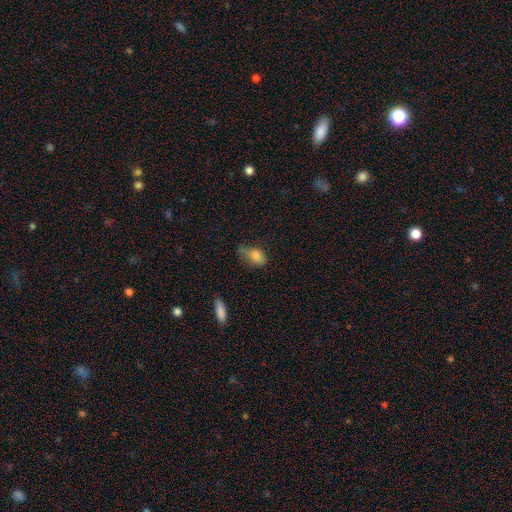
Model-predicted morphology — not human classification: Overall: smooth (80%). How rounded: in between (83%). Merging: none (40%; minor disturbance 39%).